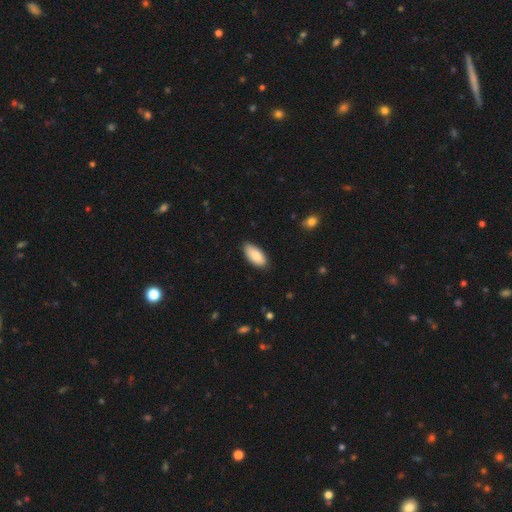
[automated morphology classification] This is clearly a smooth galaxy (87%). How rounded: clearly in between (89%). Merging: clearly none (84%).